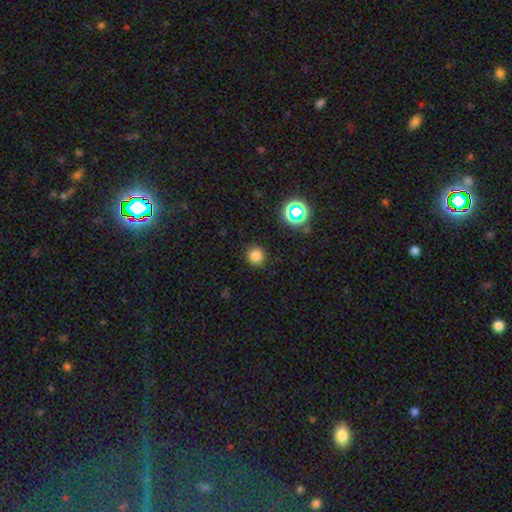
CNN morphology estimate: Smooth or featured: smooth — 79% (star or artifact — 17%)
How rounded: round — 93% (in between — 6%)
Merging: none — 89% (minor disturbance — 7%)